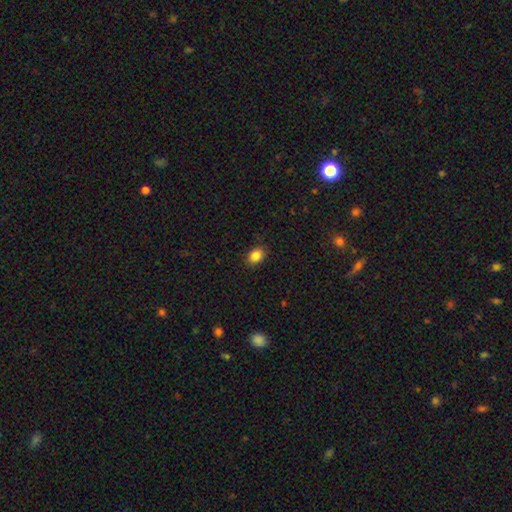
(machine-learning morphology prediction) smooth 86%, star or artifact 10%, featured or disk 4%. Down the decision tree: how rounded — in between (65%); merging — none (88%).